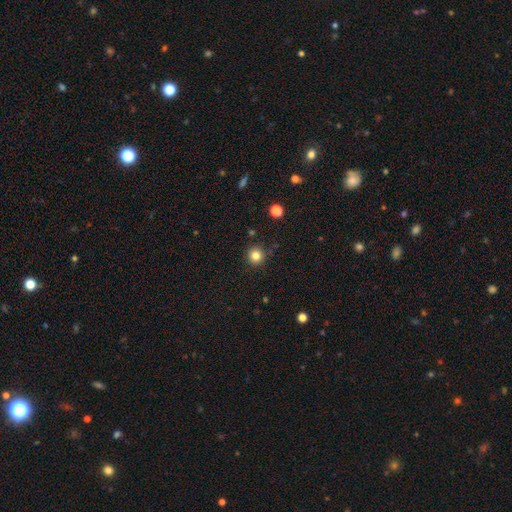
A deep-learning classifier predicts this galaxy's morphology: A smooth galaxy with no disk features (82%) that is round (94%).

Vote fractions:
- Smooth or featured? smooth: 82% / star or artifact: 13% / featured or disk: 5%
- How rounded? round: 94% / in between: 5% / cigar-shaped: 1%
- Merging? none: 89% / minor disturbance: 7% / merger: 2% / major disturbance: 2%